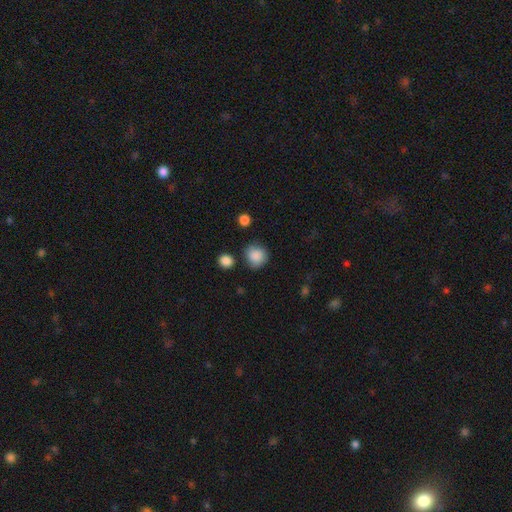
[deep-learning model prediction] The model was most divided on "merging": none: 77%, minor disturbance: 14%, merger: 4%, major disturbance: 4%. More confident: smooth or featured — smooth (88%); how rounded — round (87%).